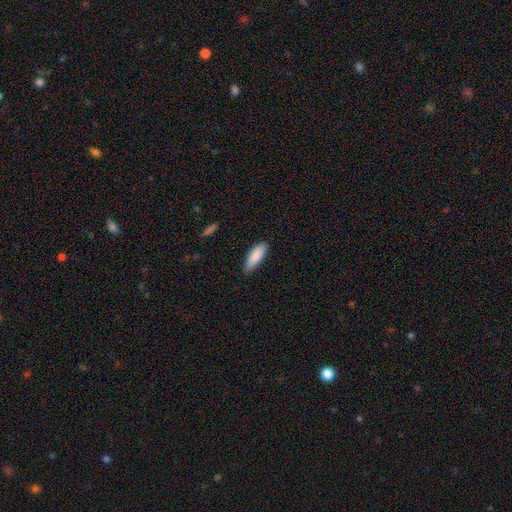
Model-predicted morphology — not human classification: Smooth or featured? smooth (88%)
How rounded? in between (56%)
Merging? none (78%)